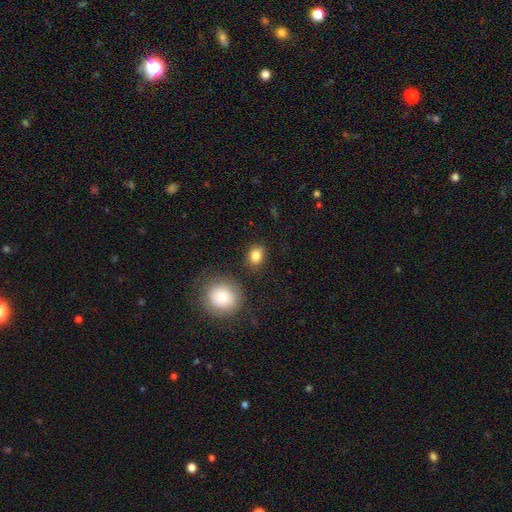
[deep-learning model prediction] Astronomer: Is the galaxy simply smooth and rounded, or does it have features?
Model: smooth — 83%.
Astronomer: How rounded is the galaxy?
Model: in between — 50% (runner-up: round, 49%).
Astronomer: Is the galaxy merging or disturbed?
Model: none — 81%.